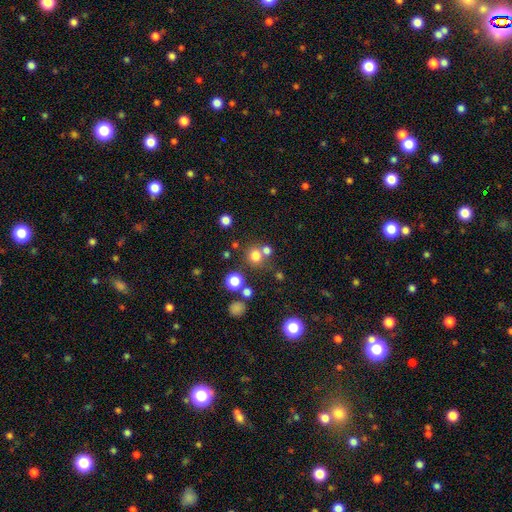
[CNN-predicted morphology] Smooth or featured? smooth (74%)
How rounded? round (89%)
Merging? none (64%)